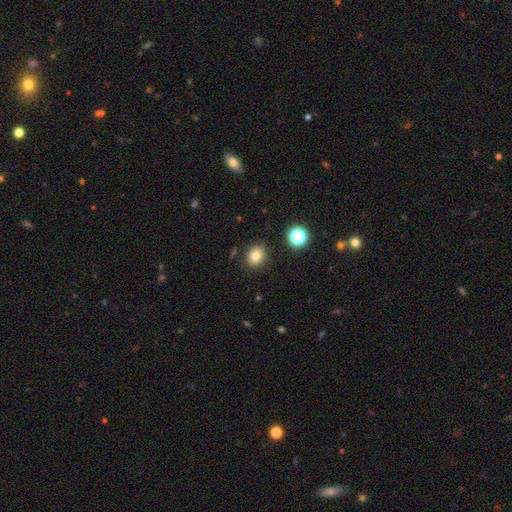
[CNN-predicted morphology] This appears to be a smooth galaxy with no disk features (79%) that is round (72%). Merging: none (86%).